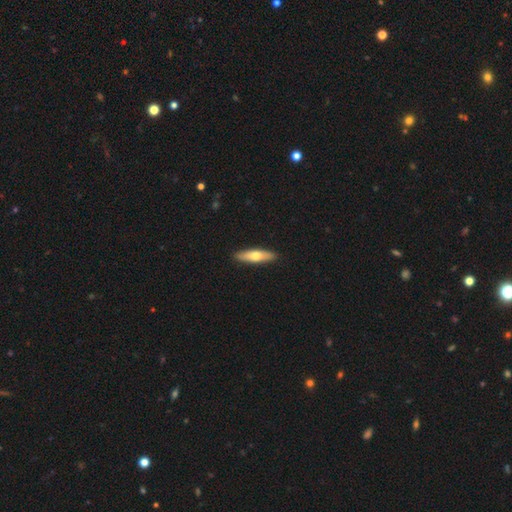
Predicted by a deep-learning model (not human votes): Smooth or featured: smooth — 59% (featured or disk — 37%)
How rounded: cigar-shaped — 69% (in between — 29%)
Merging: none — 91% (minor disturbance — 7%)